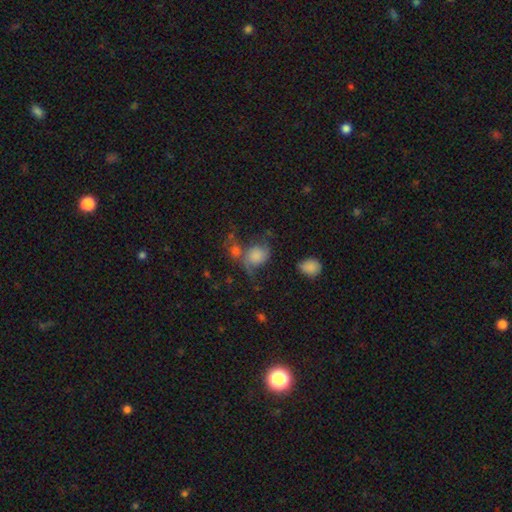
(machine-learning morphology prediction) Q: Smooth or featured?
A: smooth (60%); runner-up: featured or disk (30%)
Q: How rounded?
A: round (63%); runner-up: in between (35%)
Q: Merging?
A: none (31%); runner-up: major disturbance (25%)